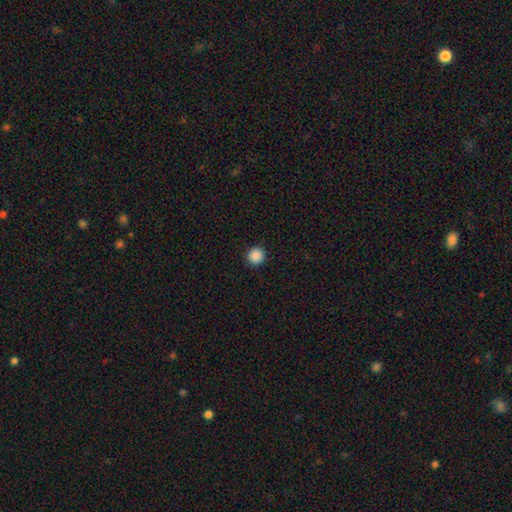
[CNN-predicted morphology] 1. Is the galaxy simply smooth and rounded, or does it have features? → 88% smooth, 10% star or artifact, 2% featured or disk.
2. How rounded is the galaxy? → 95% round, 4% in between, 1% cigar-shaped.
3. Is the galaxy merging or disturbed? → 93% none, 4% minor disturbance, 2% major disturbance, 1% merger.